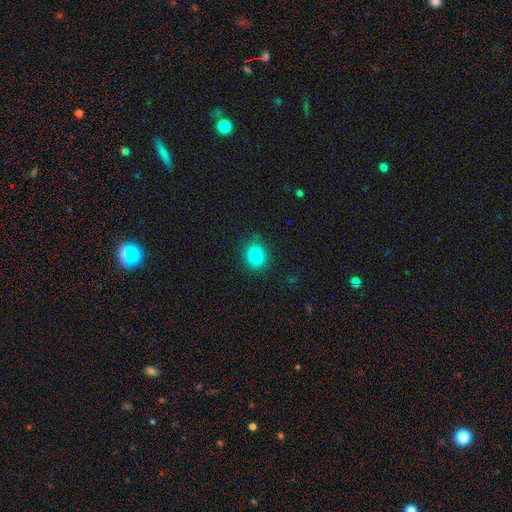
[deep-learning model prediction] smooth_or_featured: smooth (p=0.84) [alt: star or artifact p=0.10]
how_rounded: round (p=0.69) [alt: in between p=0.30]
merging: none (p=0.88) [alt: minor disturbance p=0.08]